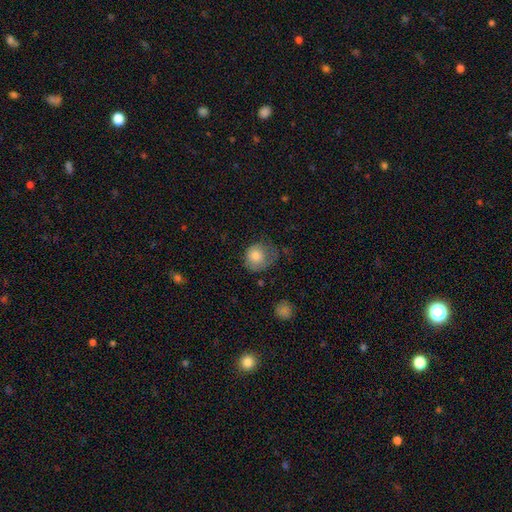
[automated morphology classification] This is likely a smooth galaxy (78%). How rounded: likely round (76%). Merging: marginally none (40%).